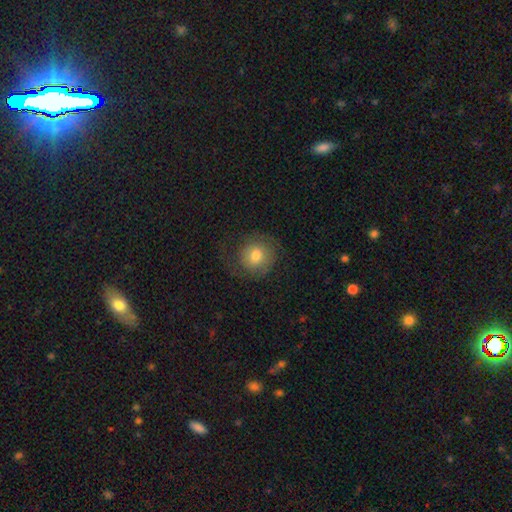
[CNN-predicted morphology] smooth-or-featured: smooth: 68% | featured or disk: 23% | star or artifact: 8%
  how-rounded: round: 87% | in between: 12% | cigar-shaped: 1%
  merging: none: 67% | minor disturbance: 17% | major disturbance: 14% | merger: 1%